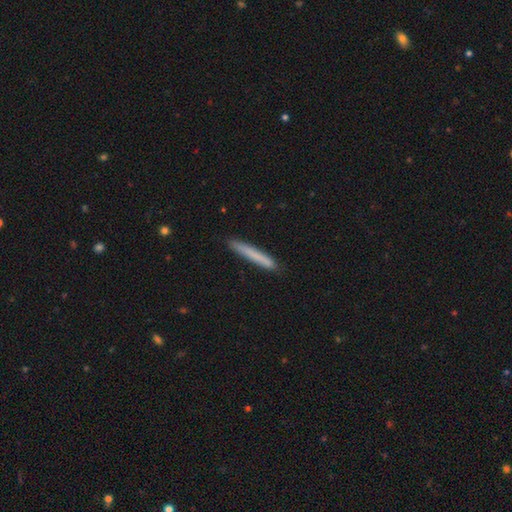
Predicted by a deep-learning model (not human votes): The model was most divided on "smooth or featured": smooth: 75%, featured or disk: 19%, star or artifact: 6%. More confident: how rounded — cigar-shaped (97%); merging — none (89%).